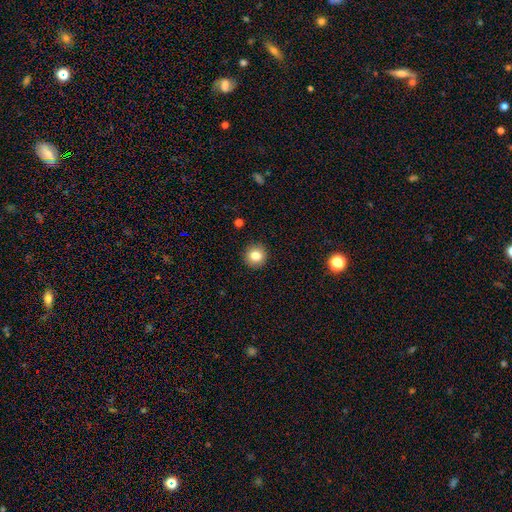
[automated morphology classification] Smooth or featured? Predicted: smooth (p=0.82). How rounded? Predicted: round (p=0.92). Merging? Predicted: none (p=0.92).